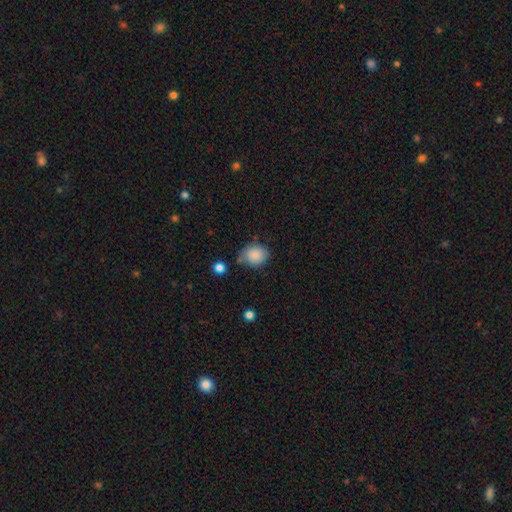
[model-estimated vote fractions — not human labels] Q: Smooth or featured?
A: smooth (86%); runner-up: star or artifact (8%)
Q: How rounded?
A: round (61%); runner-up: in between (38%)
Q: Merging?
A: none (69%); runner-up: minor disturbance (20%)